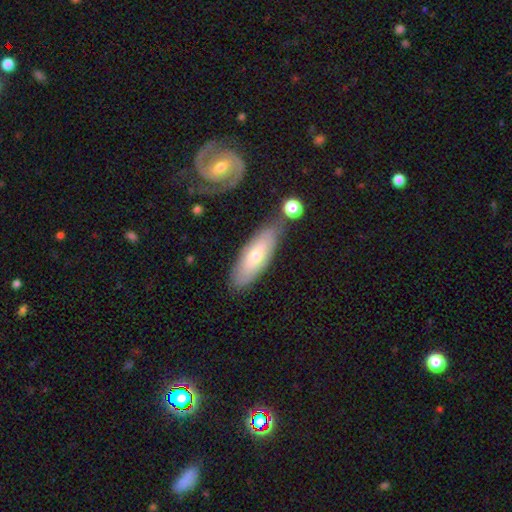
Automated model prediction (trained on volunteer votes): smooth-or-featured: smooth: 60% | featured or disk: 34% | star or artifact: 5%
  how-rounded: in between: 56% | cigar-shaped: 42% | round: 2%
  merging: none: 69% | minor disturbance: 18% | merger: 8% | major disturbance: 5%